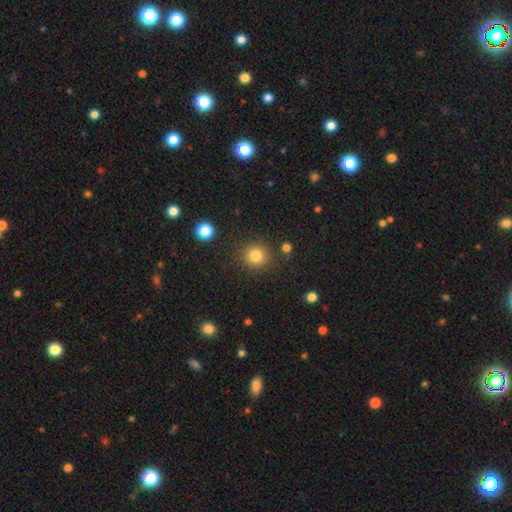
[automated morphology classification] Smooth or featured: smooth — 82% (star or artifact — 12%)
How rounded: round — 91% (in between — 8%)
Merging: none — 87% (minor disturbance — 7%)